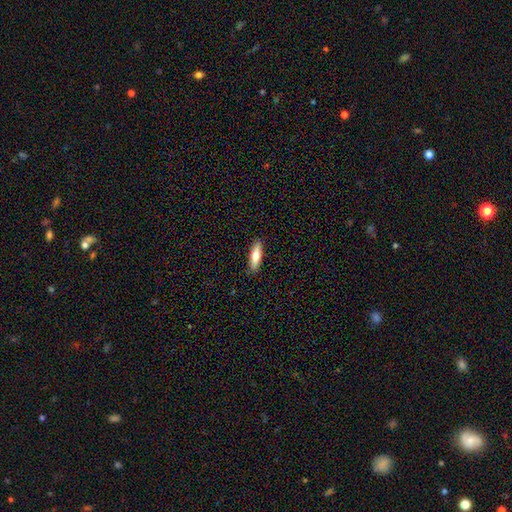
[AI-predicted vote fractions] Smooth or featured: smooth — 69% (featured or disk — 25%)
How rounded: cigar-shaped — 56% (in between — 42%)
Merging: none — 88% (minor disturbance — 9%)